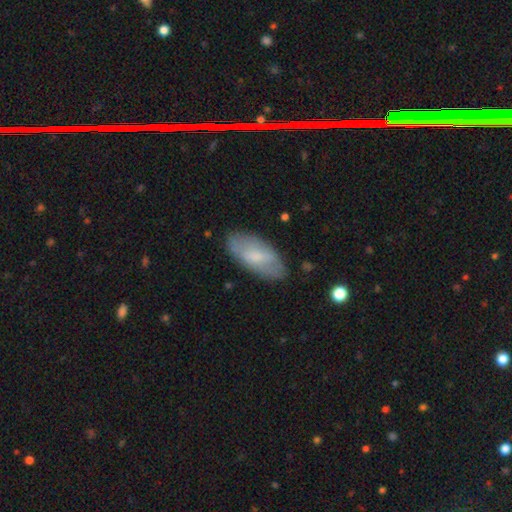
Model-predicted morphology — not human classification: Smooth or featured?
  - smooth: 61% *
  - featured or disk: 32%
  - star or artifact: 6%
How rounded?
  - in between: 87% *
  - cigar-shaped: 11%
  - round: 2%
Merging?
  - none: 79% *
  - minor disturbance: 15%
  - major disturbance: 4%
  - merger: 1%